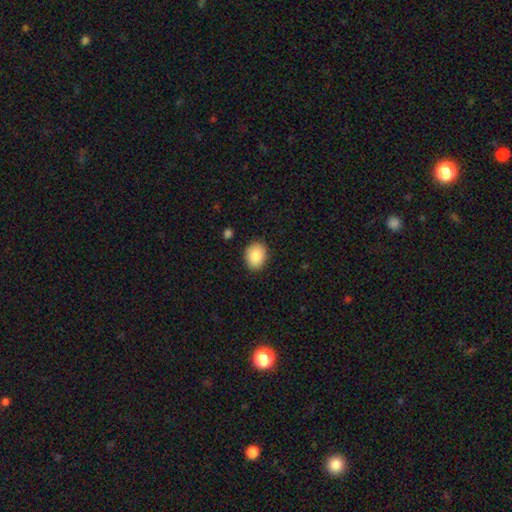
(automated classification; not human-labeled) A smooth galaxy with no disk features (88%) that is in between round and cigar-shaped (62%).

Vote fractions:
- Smooth or featured? smooth: 88% / star or artifact: 7% / featured or disk: 5%
- How rounded? in between: 62% / round: 38% / cigar-shaped: 1%
- Merging? none: 87% / minor disturbance: 9% / major disturbance: 2% / merger: 1%